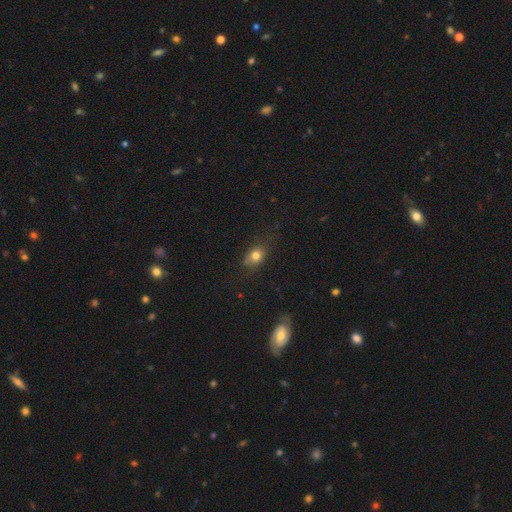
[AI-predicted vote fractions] A smooth galaxy with no disk features (77%) that is in between round and cigar-shaped (59%).

Vote fractions:
- Smooth or featured? smooth: 77% / star or artifact: 12% / featured or disk: 11%
- How rounded? in between: 59% / round: 37% / cigar-shaped: 4%
- Merging? none: 64% / minor disturbance: 25% / major disturbance: 8% / merger: 2%